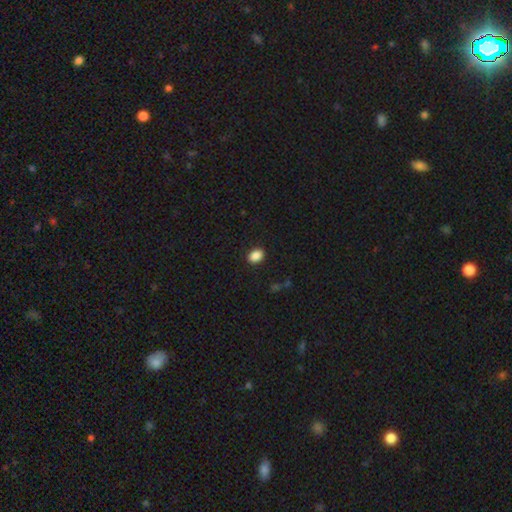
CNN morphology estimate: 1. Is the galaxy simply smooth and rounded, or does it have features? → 88% smooth, 8% star or artifact, 3% featured or disk.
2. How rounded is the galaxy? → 75% in between, 24% round, 1% cigar-shaped.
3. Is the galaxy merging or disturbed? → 90% none, 7% minor disturbance, 2% major disturbance, 1% merger.